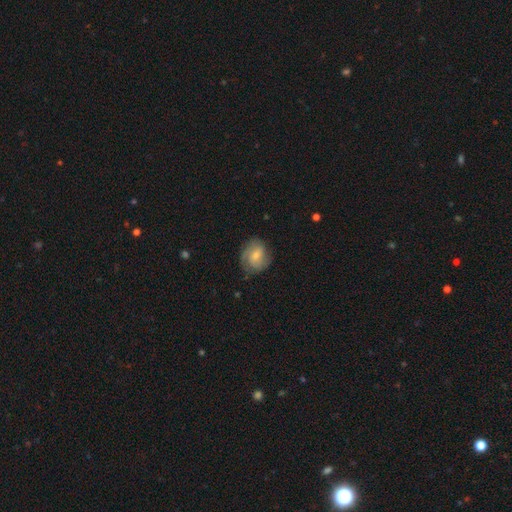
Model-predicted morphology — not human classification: type=smooth (47%); merging=none (69%).